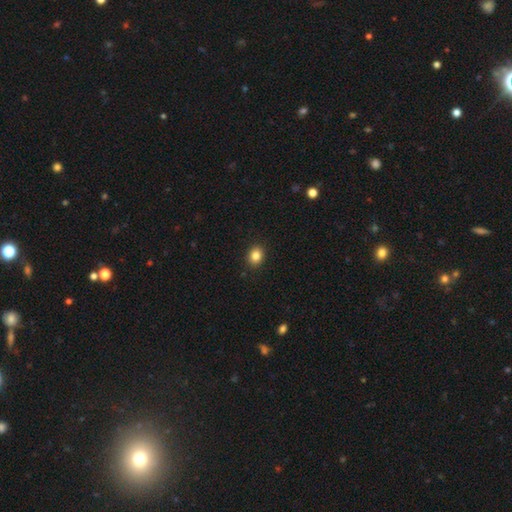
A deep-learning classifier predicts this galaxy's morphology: Smooth or featured: smooth — 85% (star or artifact — 10%)
How rounded: round — 57% (in between — 42%)
Merging: none — 90% (minor disturbance — 7%)